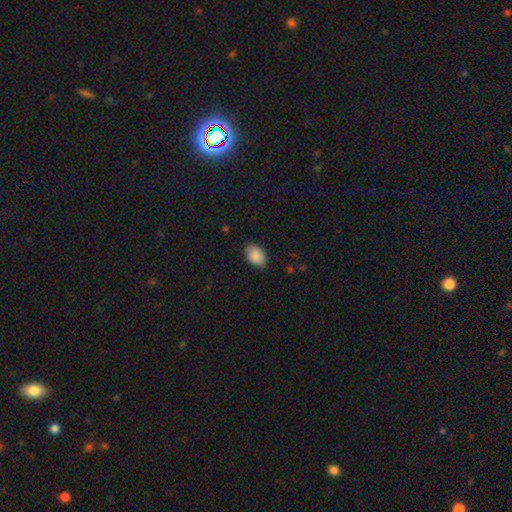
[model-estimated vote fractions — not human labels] Q: Smooth or featured?
A: smooth (90%); runner-up: star or artifact (7%)
Q: How rounded?
A: in between (88%); runner-up: round (11%)
Q: Merging?
A: none (85%); runner-up: minor disturbance (12%)